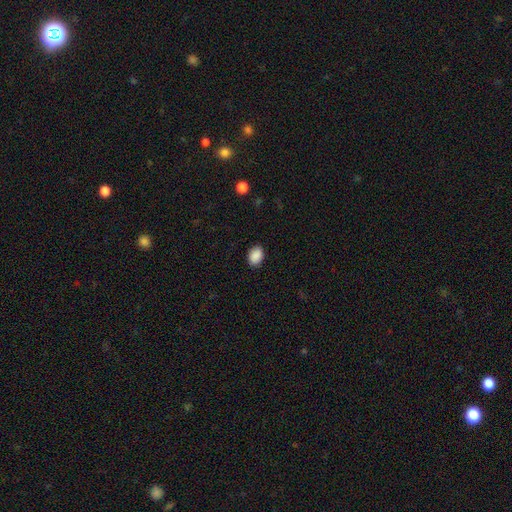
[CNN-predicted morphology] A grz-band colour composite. It shows a smooth galaxy with no disk features (90%) that is in between round and cigar-shaped (74%). Merging: none (88%).